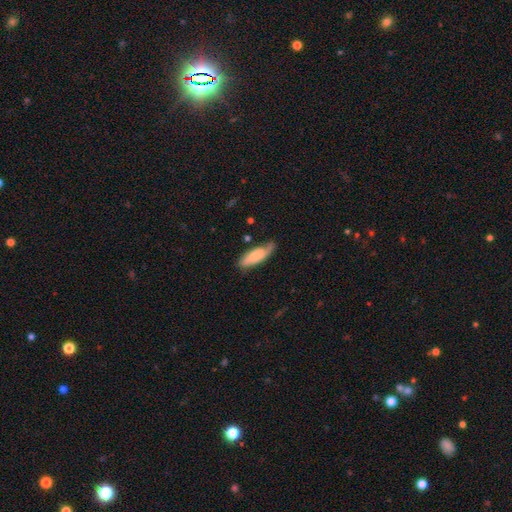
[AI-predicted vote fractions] This appears to be a smooth galaxy with no disk features (62%) that is in between round and cigar-shaped (59%). Merging: none (63%).